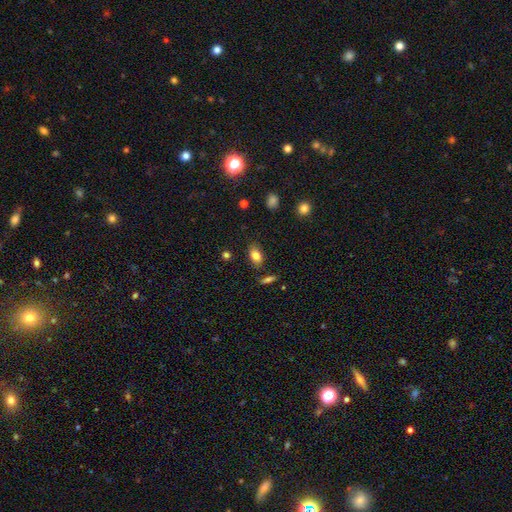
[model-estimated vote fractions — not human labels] A smooth galaxy with no disk features (82%) that is in between round and cigar-shaped (87%).

Vote fractions:
- Smooth or featured? smooth: 82% / featured or disk: 9% / star or artifact: 9%
- How rounded? in between: 87% / round: 10% / cigar-shaped: 3%
- Merging? none: 81% / minor disturbance: 13% / merger: 3% / major disturbance: 3%